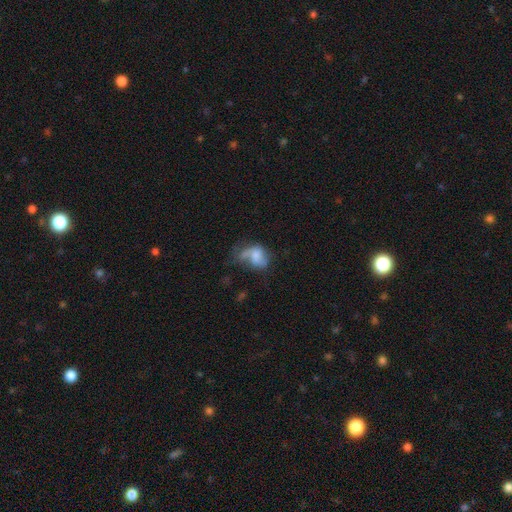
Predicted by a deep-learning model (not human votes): smooth_or_featured: smooth (p=0.53) [alt: featured or disk p=0.36]
how_rounded: in between (p=0.71) [alt: round p=0.27]
merging: major disturbance (p=0.39) [alt: minor disturbance p=0.25]